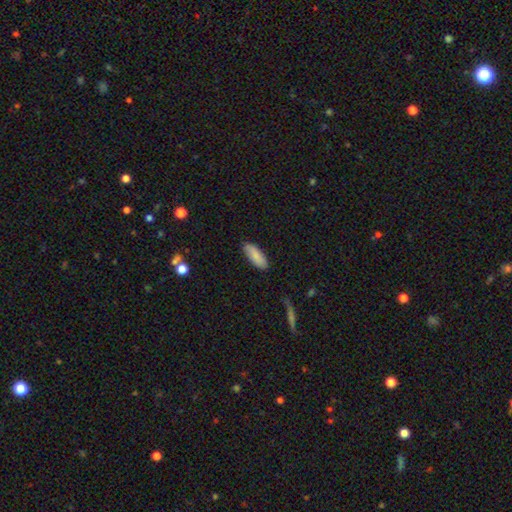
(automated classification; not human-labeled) This appears to be a smooth galaxy with no disk features (86%) that is in between round and cigar-shaped (69%). Merging: none (85%).